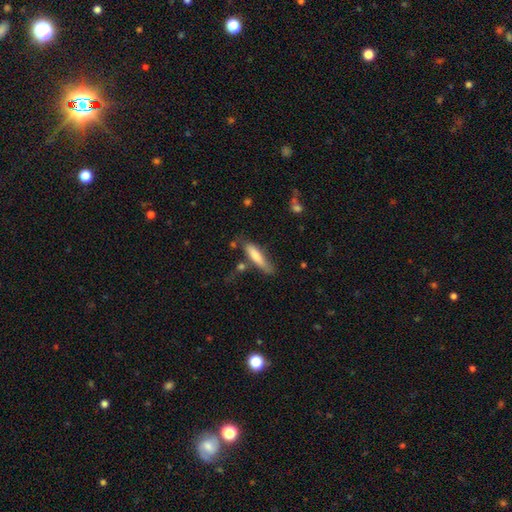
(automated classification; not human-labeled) smooth_or_featured: smooth (p=0.73) [alt: featured or disk p=0.21]
how_rounded: cigar-shaped (p=0.74) [alt: in between p=0.25]
merging: none (p=0.58) [alt: minor disturbance p=0.25]